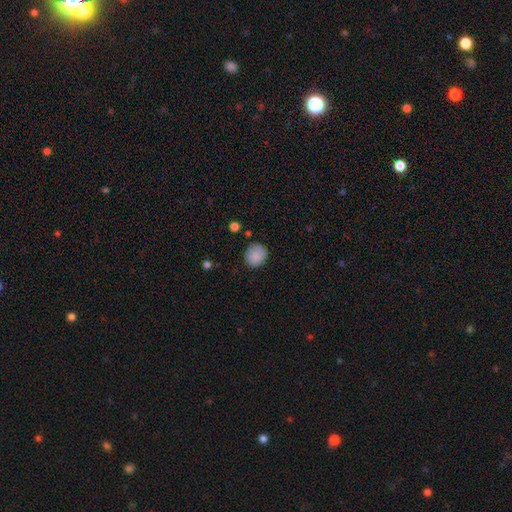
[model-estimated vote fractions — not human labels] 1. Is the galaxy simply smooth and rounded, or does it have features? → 86% smooth, 8% star or artifact, 6% featured or disk.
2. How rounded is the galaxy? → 83% round, 16% in between, 1% cigar-shaped.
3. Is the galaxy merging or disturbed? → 77% none, 17% minor disturbance, 4% major disturbance, 2% merger.